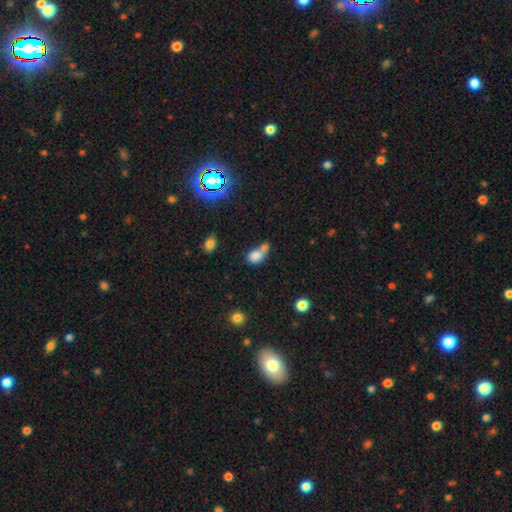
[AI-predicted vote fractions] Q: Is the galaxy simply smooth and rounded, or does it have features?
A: smooth — 77%.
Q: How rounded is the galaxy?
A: in between — 61%.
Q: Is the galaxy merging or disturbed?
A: merger — 56%.